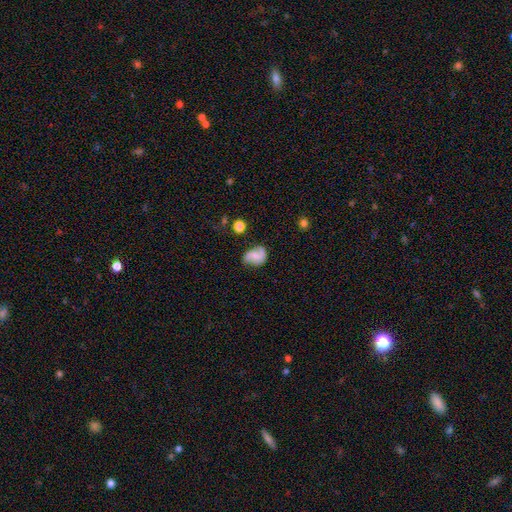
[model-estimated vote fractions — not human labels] Smooth or featured? Predicted: featured or disk (p=0.60). Edge-on disk? Predicted: no (p=0.98). Bar? Predicted: no (p=0.57). Spiral arms? Predicted: yes (p=0.90). Spiral winding? Predicted: medium (p=0.41). Spiral arm count? Predicted: 2 (p=0.83). Bulge size? Predicted: small (p=0.47). Merging? Predicted: none (p=0.60).